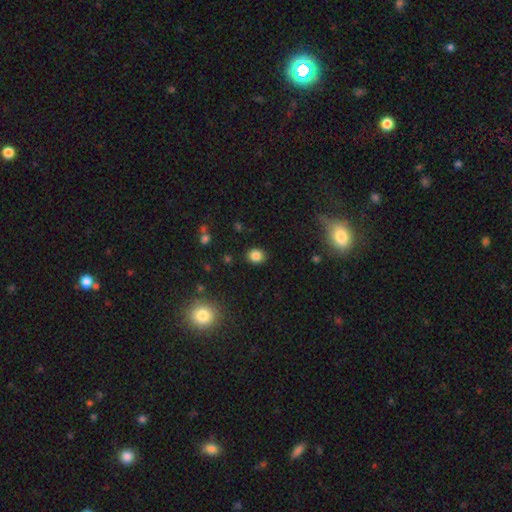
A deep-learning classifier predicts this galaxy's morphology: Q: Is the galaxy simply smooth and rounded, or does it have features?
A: smooth — 83%.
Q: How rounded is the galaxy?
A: round — 67%.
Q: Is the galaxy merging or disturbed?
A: none — 89%.